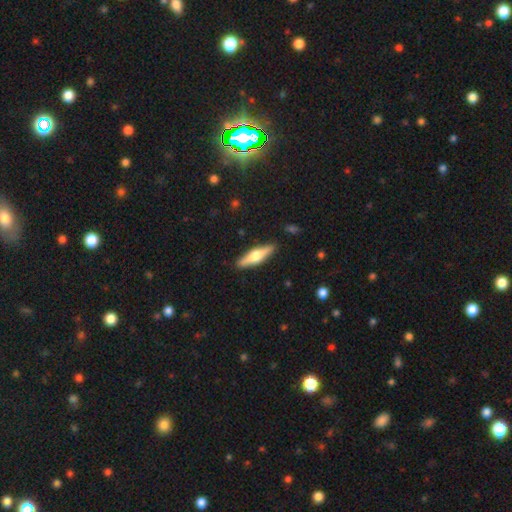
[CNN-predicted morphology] smooth_or_featured: featured or disk (p=0.52) [alt: smooth p=0.42]
disk_edge_on: yes (p=0.94) [alt: no p=0.06]
merging: none (p=0.89) [alt: minor disturbance p=0.08]